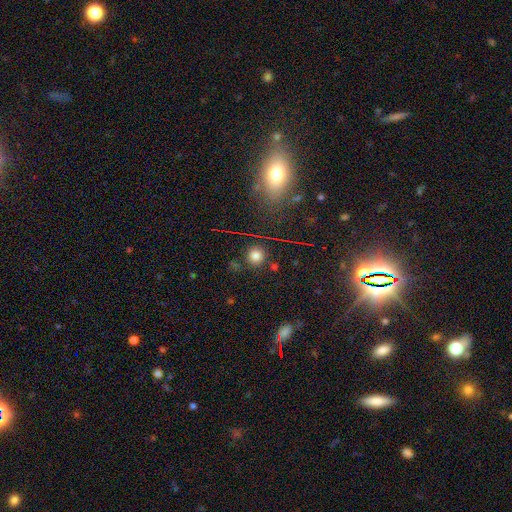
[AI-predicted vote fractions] Morphology: type=smooth (75%); roundness=round (92%); merging=none (84%).